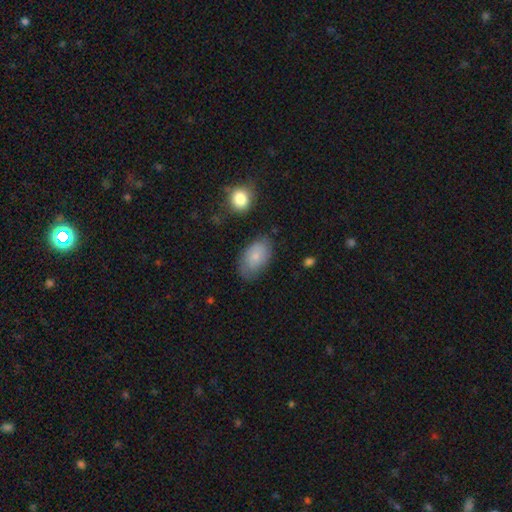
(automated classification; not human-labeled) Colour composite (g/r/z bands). It shows a smooth galaxy with no disk features (70%) that is in between round and cigar-shaped (91%). Merging: none (68%).